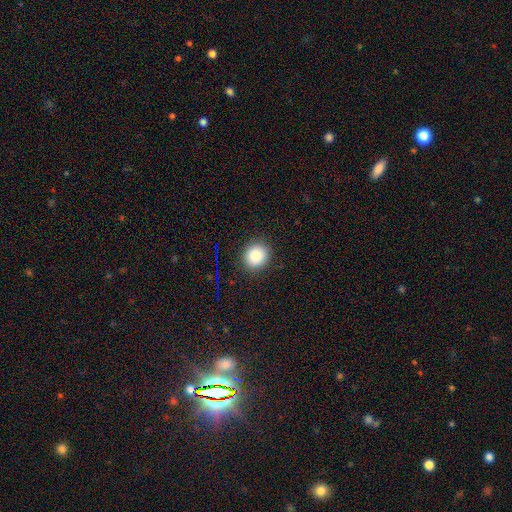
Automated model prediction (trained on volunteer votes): smooth-or-featured: smooth: 85% | star or artifact: 10% | featured or disk: 5%
  how-rounded: round: 82% | in between: 17% | cigar-shaped: 1%
  merging: none: 89% | minor disturbance: 7% | major disturbance: 2% | merger: 1%